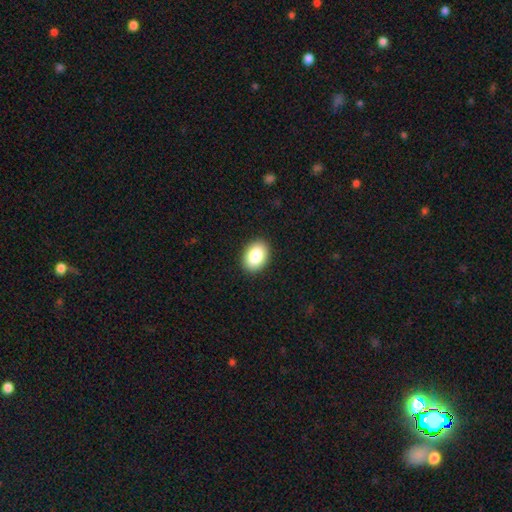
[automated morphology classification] Q: Smooth or featured?
A: smooth (86%); runner-up: star or artifact (8%)
Q: How rounded?
A: in between (78%); runner-up: round (21%)
Q: Merging?
A: none (90%); runner-up: minor disturbance (7%)